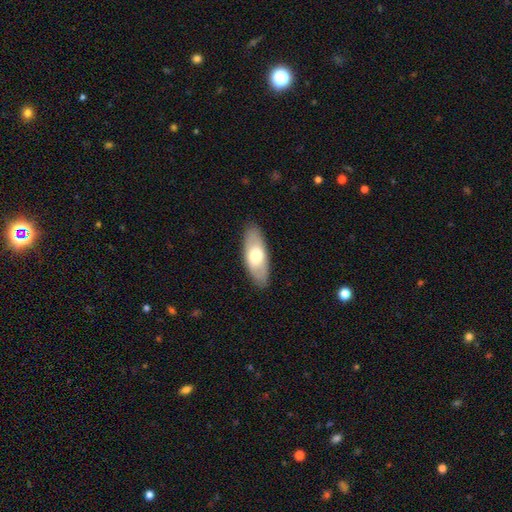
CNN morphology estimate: smooth-or-featured: smooth: 65% | featured or disk: 30% | star or artifact: 5%
  how-rounded: in between: 79% | cigar-shaped: 19% | round: 2%
  merging: none: 88% | minor disturbance: 9% | major disturbance: 2% | merger: 1%